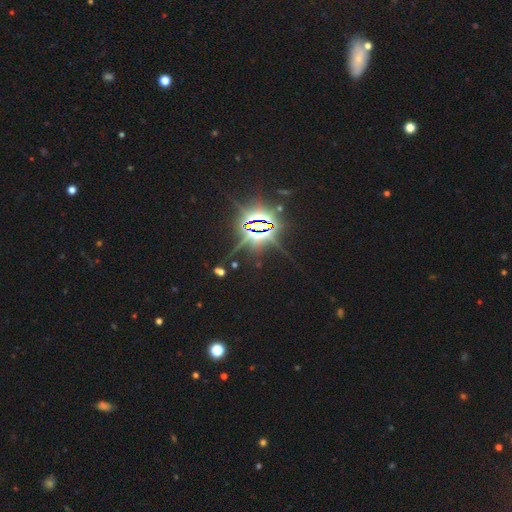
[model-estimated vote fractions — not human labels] This appears to be a star or artifact, not a galaxy (86%).